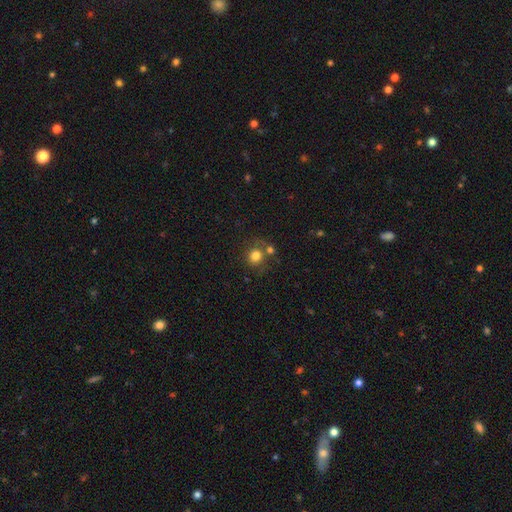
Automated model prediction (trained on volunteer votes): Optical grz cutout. It shows a smooth galaxy with no disk features (80%) that is round (85%). Merging: none (61%).